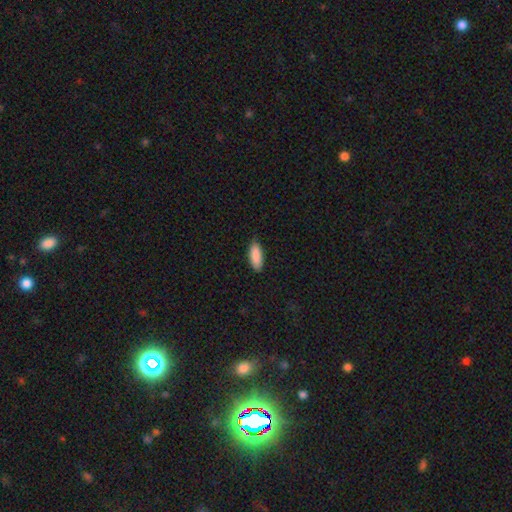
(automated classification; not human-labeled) Smooth or featured? Predicted: smooth (p=0.90). How rounded? Predicted: in between (p=0.77). Merging? Predicted: none (p=0.85).